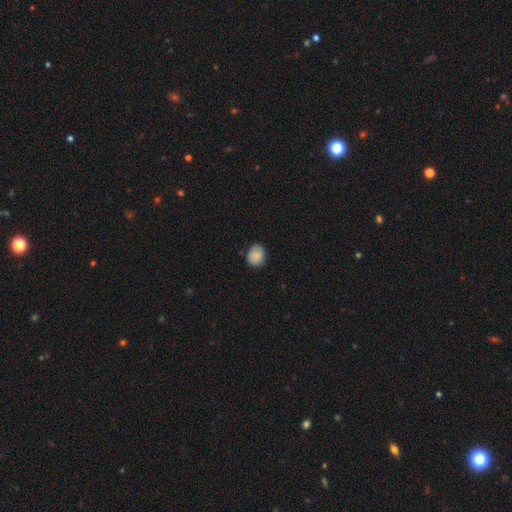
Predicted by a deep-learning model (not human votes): smooth 87%, star or artifact 8%, featured or disk 5%. Down the decision tree: how rounded — round (52%); merging — none (77%).